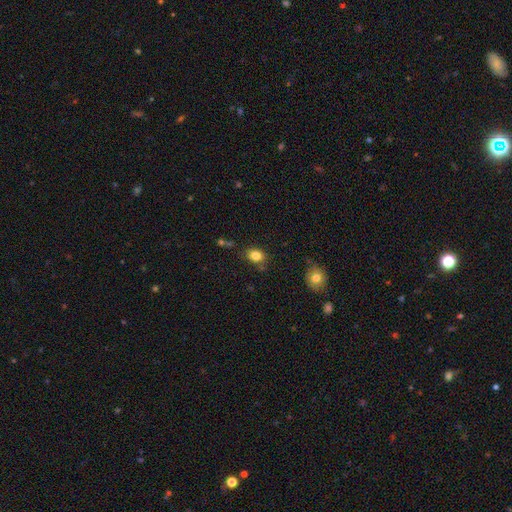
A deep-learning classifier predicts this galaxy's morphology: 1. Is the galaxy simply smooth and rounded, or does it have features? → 83% smooth, 11% star or artifact, 6% featured or disk.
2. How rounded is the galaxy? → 57% in between, 42% round, 1% cigar-shaped.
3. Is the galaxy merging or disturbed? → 79% none, 14% minor disturbance, 4% merger, 3% major disturbance.